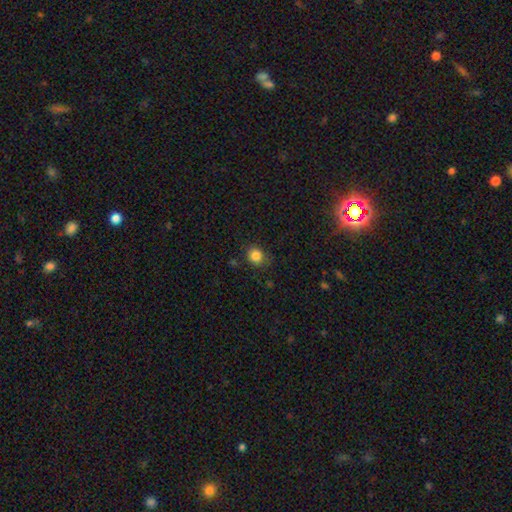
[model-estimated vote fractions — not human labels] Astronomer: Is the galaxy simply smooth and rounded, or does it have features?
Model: smooth — 84%.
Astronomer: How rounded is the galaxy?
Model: round — 76%.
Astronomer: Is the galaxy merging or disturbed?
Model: none — 81%.